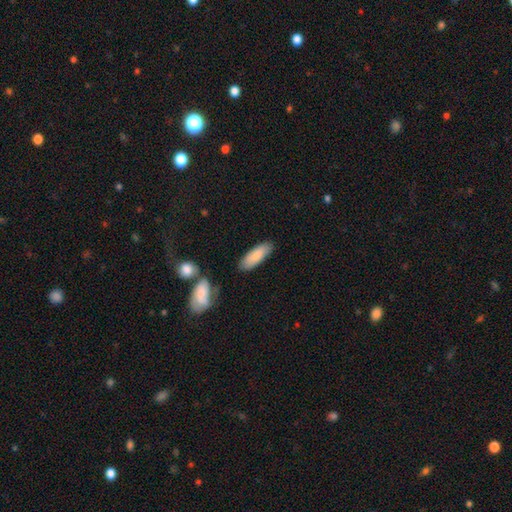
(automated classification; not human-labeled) The model was most divided on "how rounded": in between: 61%, cigar-shaped: 37%, round: 2%. More confident: smooth or featured — smooth (84%); merging — none (83%).